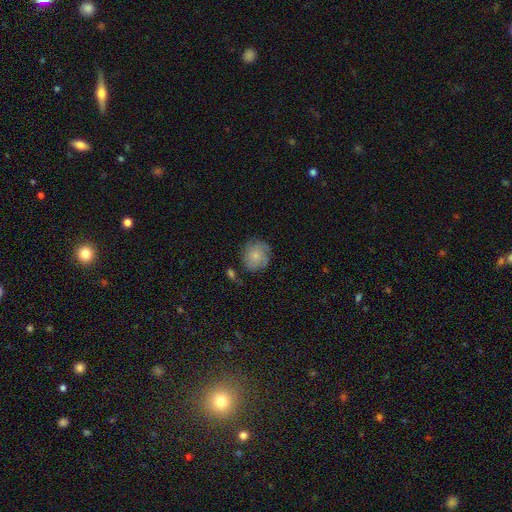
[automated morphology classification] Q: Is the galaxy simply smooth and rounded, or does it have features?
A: smooth — 58%.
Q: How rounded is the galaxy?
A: round — 83%.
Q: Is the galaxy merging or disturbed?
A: none — 65%.